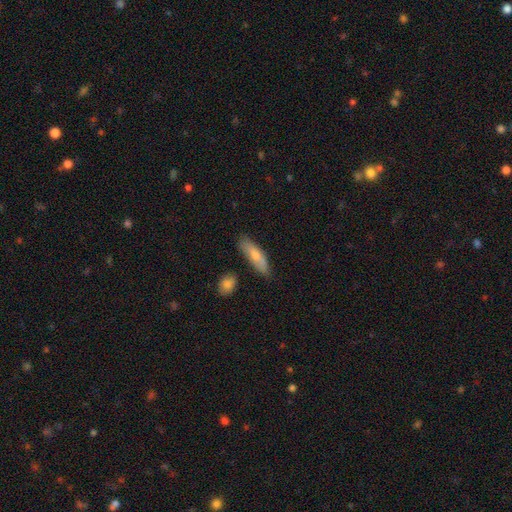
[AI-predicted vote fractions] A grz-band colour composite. It shows a smooth galaxy with no disk features (69%) that is cigar-shaped (57%). Merging: none (78%).